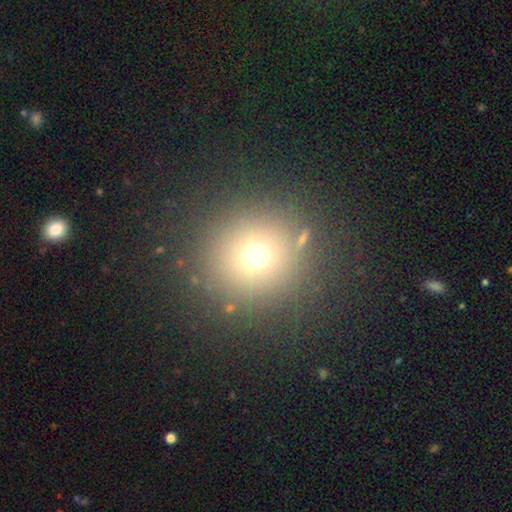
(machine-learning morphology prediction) This appears to be a smooth galaxy with no disk features (68%) that is round (93%). Merging: none (87%).